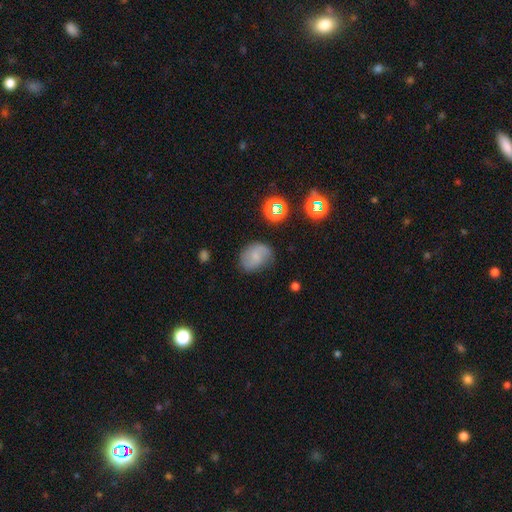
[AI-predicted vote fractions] Smooth or featured? smooth (51%)
How rounded? in between (54%)
Merging? none (68%)